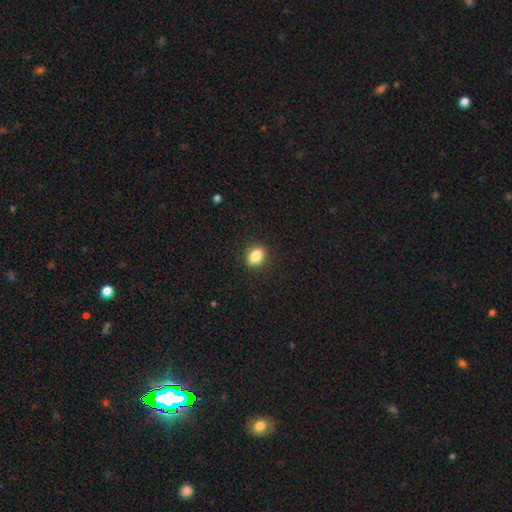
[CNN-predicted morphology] smooth-or-featured: smooth: 84% | star or artifact: 9% | featured or disk: 7%
  how-rounded: in between: 72% | round: 26% | cigar-shaped: 2%
  merging: none: 89% | minor disturbance: 8% | major disturbance: 2% | merger: 1%